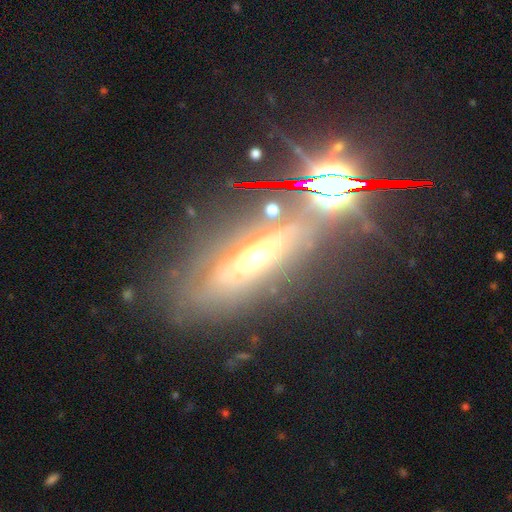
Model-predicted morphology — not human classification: smooth_or_featured: featured or disk (p=0.47) [alt: star or artifact p=0.30]
merging: none (p=0.72) [alt: minor disturbance p=0.15]